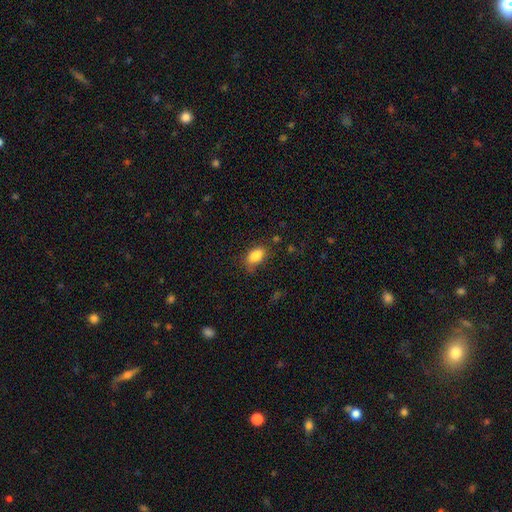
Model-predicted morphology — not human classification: Smooth or featured? smooth (86%)
How rounded? in between (87%)
Merging? none (68%)